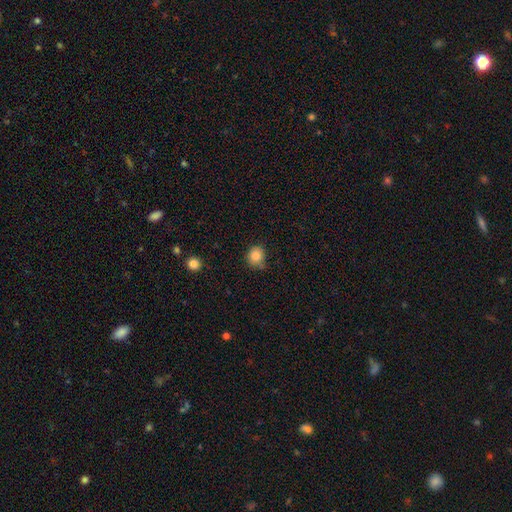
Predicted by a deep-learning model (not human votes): smooth 83%, star or artifact 11%, featured or disk 6%. Down the decision tree: how rounded — round (81%); merging — none (72%).